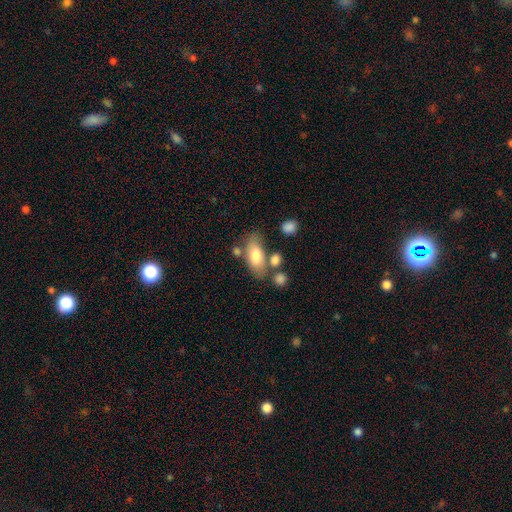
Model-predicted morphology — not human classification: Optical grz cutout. It shows a smooth galaxy with no disk features (73%) that is in between round and cigar-shaped (88%). Merging: none (61%).